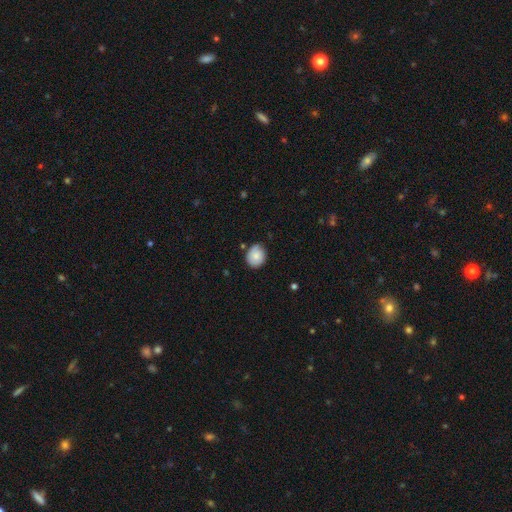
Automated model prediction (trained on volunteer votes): The model was most divided on "how rounded": round: 74%, in between: 25%, cigar-shaped: 1%. More confident: smooth or featured — smooth (78%); merging — none (73%).